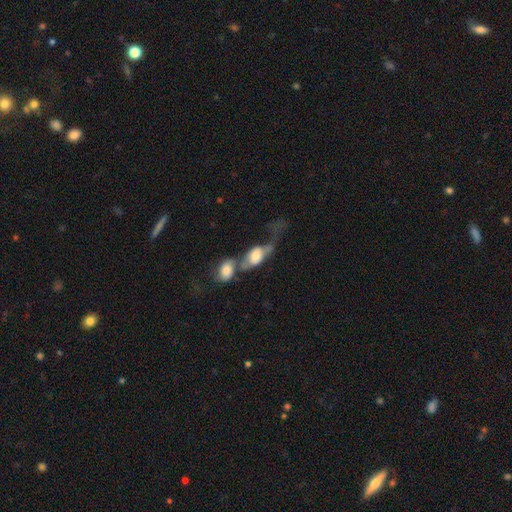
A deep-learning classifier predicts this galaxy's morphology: Smooth or featured?
  - smooth: 53% *
  - featured or disk: 39%
  - star or artifact: 8%
How rounded?
  - in between: 81% *
  - round: 10%
  - cigar-shaped: 8%
Merging?
  - merger: 66% *
  - major disturbance: 15%
  - none: 11%
  - minor disturbance: 7%